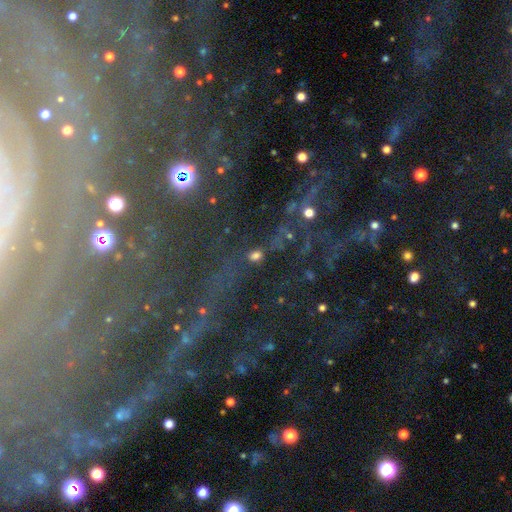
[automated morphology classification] Smooth or featured: smooth — 54% (star or artifact — 34%)
How rounded: in between — 56% (round — 39%)
Merging: none — 60% (minor disturbance — 15%)